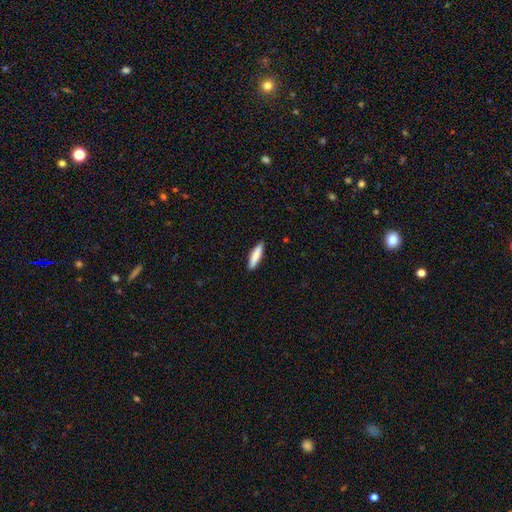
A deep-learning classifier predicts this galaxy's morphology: This appears to be a smooth galaxy with no disk features (84%) that is cigar-shaped (75%). Merging: none (90%).